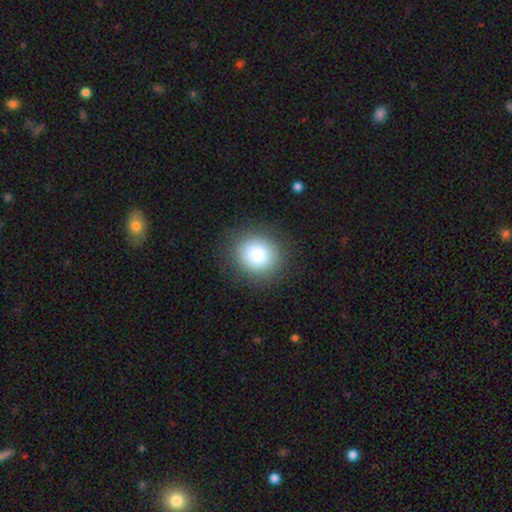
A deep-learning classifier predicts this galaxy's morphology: The model was most divided on "how rounded": round: 80%, in between: 19%, cigar-shaped: 1%. More confident: merging — none (87%); smooth or featured — smooth (84%).